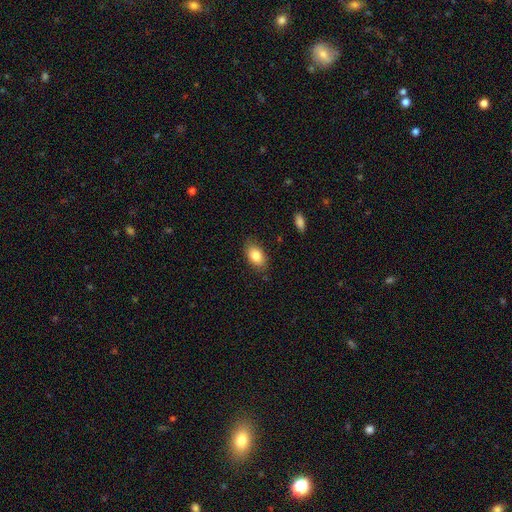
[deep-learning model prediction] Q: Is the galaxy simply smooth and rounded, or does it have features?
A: smooth — 84%.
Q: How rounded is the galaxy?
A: in between — 90%.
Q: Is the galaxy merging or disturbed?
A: none — 83%.